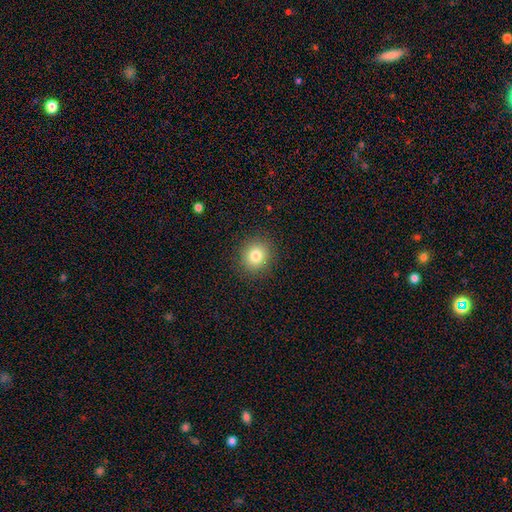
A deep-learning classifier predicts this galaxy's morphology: Q: Smooth or featured?
A: smooth (81%); runner-up: star or artifact (11%)
Q: How rounded?
A: round (80%); runner-up: in between (19%)
Q: Merging?
A: none (89%); runner-up: minor disturbance (7%)